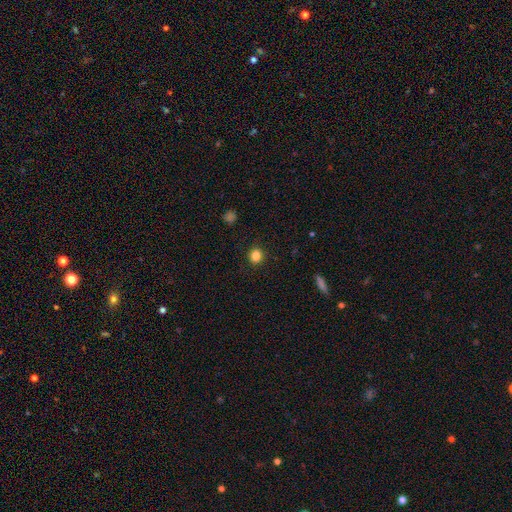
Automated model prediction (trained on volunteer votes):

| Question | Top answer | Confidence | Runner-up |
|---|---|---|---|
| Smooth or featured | smooth | 83% | star or artifact (12%) |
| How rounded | round | 89% | in between (10%) |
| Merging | none | 91% | minor disturbance (6%) |